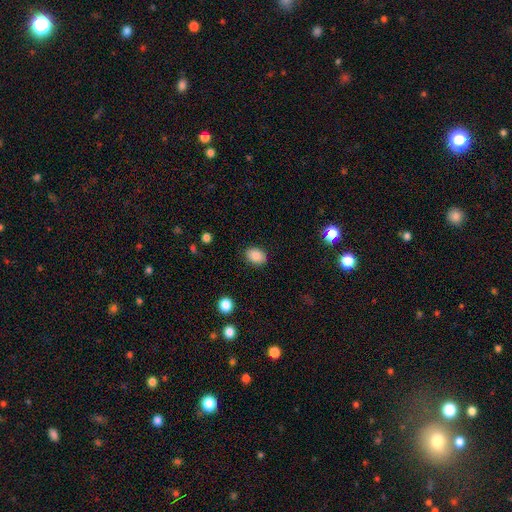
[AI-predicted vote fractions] smooth_or_featured: smooth (p=0.86) [alt: star or artifact p=0.09]
how_rounded: in between (p=0.68) [alt: round p=0.31]
merging: none (p=0.86) [alt: minor disturbance p=0.11]